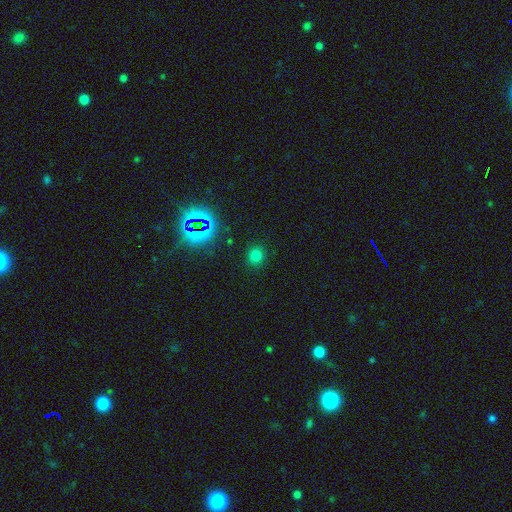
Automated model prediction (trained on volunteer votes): Q: Smooth or featured?
A: smooth (72%); runner-up: star or artifact (23%)
Q: How rounded?
A: round (85%); runner-up: in between (14%)
Q: Merging?
A: none (88%); runner-up: minor disturbance (7%)